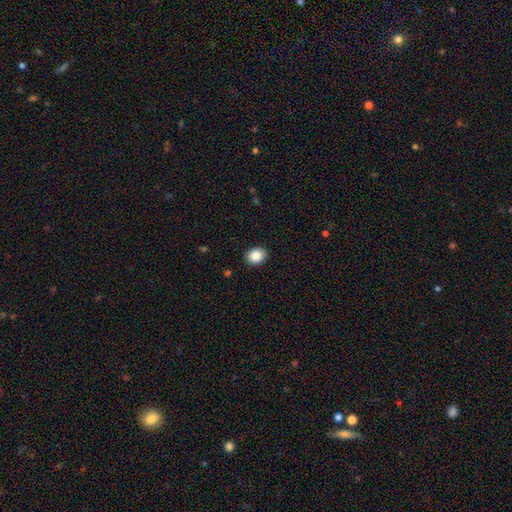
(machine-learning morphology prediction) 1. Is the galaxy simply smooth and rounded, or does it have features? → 87% smooth, 9% star or artifact, 5% featured or disk.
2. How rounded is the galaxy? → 50% in between, 49% round, 1% cigar-shaped.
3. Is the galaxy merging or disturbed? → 90% none, 7% minor disturbance, 2% major disturbance, 1% merger.